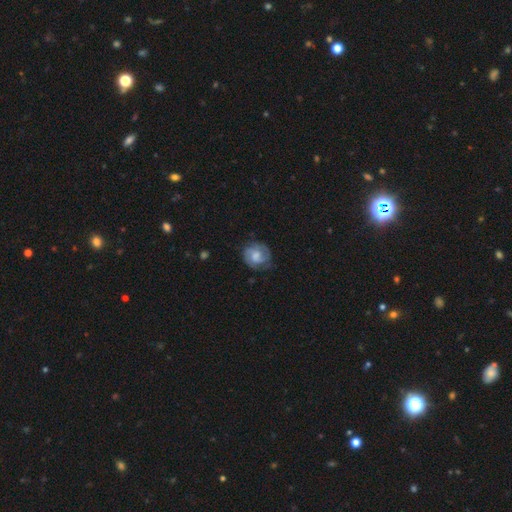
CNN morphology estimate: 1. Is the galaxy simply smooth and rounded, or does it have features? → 59% featured or disk, 34% smooth, 7% star or artifact.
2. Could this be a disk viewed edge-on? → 97% no, 3% yes.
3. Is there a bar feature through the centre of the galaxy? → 57% no, 36% weak, 7% strong.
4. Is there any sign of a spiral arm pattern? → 86% yes, 14% no.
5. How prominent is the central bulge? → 42% moderate, 22% large, 19% small, 14% none, 2% dominant.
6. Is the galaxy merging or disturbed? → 71% none, 21% minor disturbance, 8% major disturbance, 1% merger.